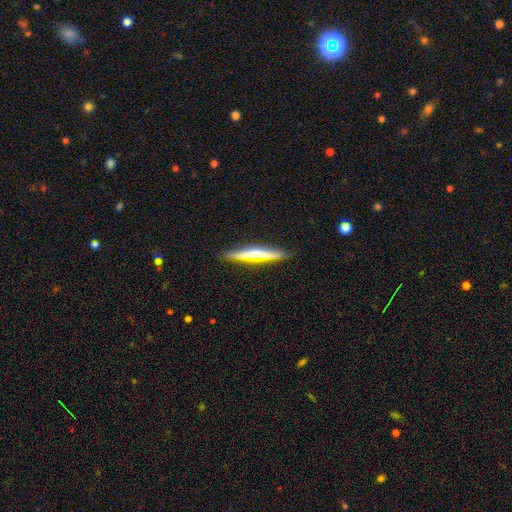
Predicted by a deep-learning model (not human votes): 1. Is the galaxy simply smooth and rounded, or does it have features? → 68% featured or disk, 25% smooth, 7% star or artifact.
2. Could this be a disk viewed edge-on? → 97% yes, 3% no.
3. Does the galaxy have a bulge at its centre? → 76% rounded, 18% none, 6% boxy.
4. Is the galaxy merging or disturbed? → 89% none, 8% minor disturbance, 2% major disturbance, 1% merger.